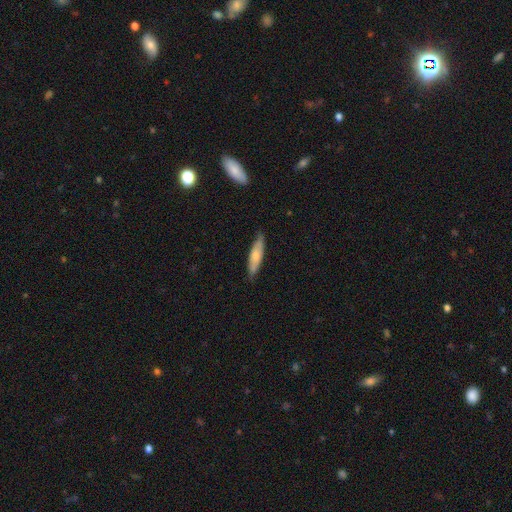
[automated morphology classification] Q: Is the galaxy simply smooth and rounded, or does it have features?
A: smooth — 65%.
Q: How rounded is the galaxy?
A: cigar-shaped — 70%.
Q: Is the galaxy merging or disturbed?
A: none — 81%.